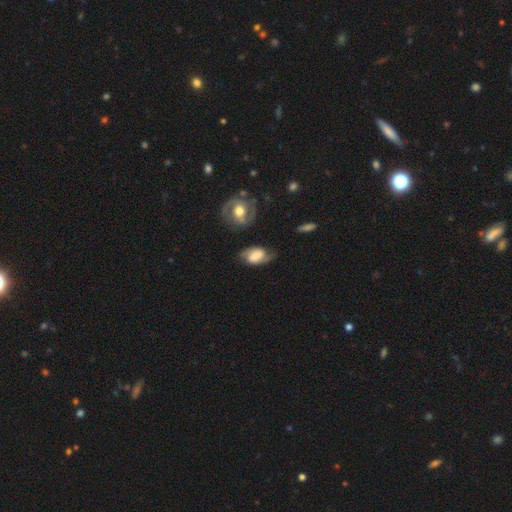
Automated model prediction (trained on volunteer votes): Smooth or featured?
  - featured or disk: 54% *
  - smooth: 38%
  - star or artifact: 8%
Edge-on disk?
  - no: 95% *
  - yes: 5%
Bar?
  - weak: 42% *
  - no: 33%
  - strong: 24%
Spiral arms?
  - yes: 85% *
  - no: 15%
Bulge size?
  - large: 30% *
  - moderate: 27%
  - none: 20%
  - small: 16%
  - dominant: 7%
Merging?
  - none: 58% *
  - minor disturbance: 26%
  - major disturbance: 11%
  - merger: 5%